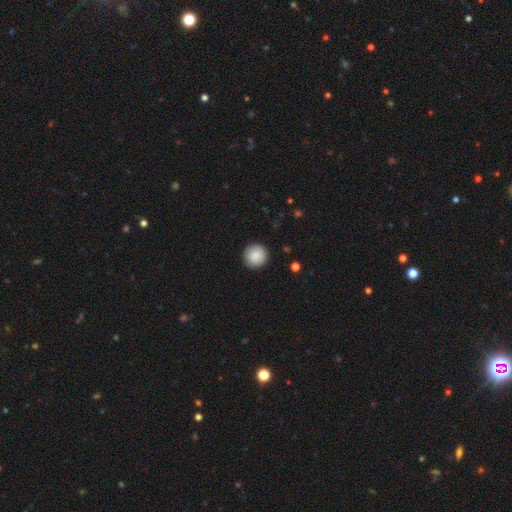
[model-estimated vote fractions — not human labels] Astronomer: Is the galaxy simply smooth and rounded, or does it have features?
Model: smooth — 89%.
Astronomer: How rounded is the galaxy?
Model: round — 96%.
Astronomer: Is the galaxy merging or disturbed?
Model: none — 91%.